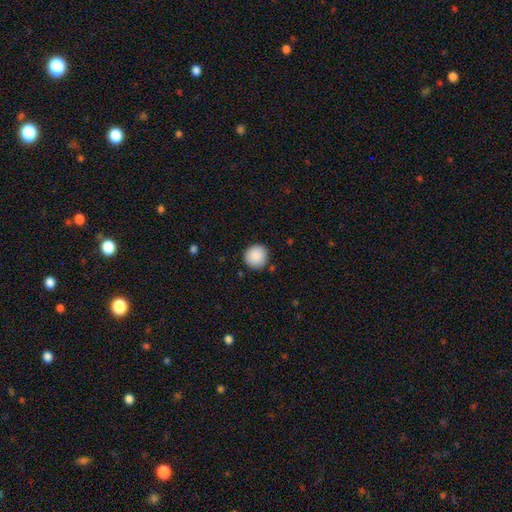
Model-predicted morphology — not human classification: smooth_or_featured: smooth (p=0.89) [alt: star or artifact p=0.08]
how_rounded: round (p=0.93) [alt: in between p=0.06]
merging: none (p=0.88) [alt: minor disturbance p=0.08]